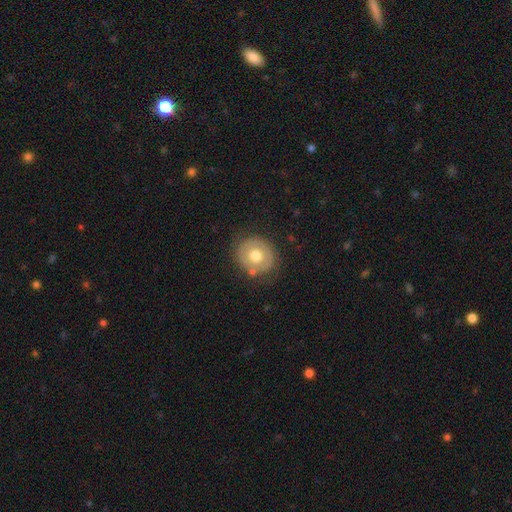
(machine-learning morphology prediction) Overall: smooth (57%; featured or disk 36%). How rounded: round (86%). Merging: none (79%).